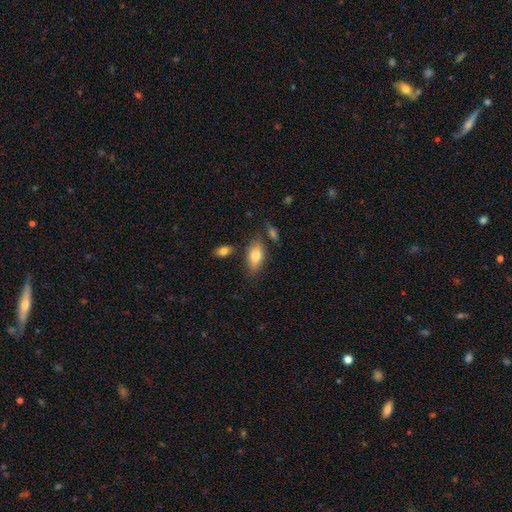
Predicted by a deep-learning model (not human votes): A smooth galaxy with no disk features (76%) that is in between round and cigar-shaped (88%).

Vote fractions:
- Smooth or featured? smooth: 76% / featured or disk: 16% / star or artifact: 7%
- How rounded? in between: 88% / cigar-shaped: 7% / round: 5%
- Merging? none: 72% / minor disturbance: 17% / merger: 7% / major disturbance: 4%